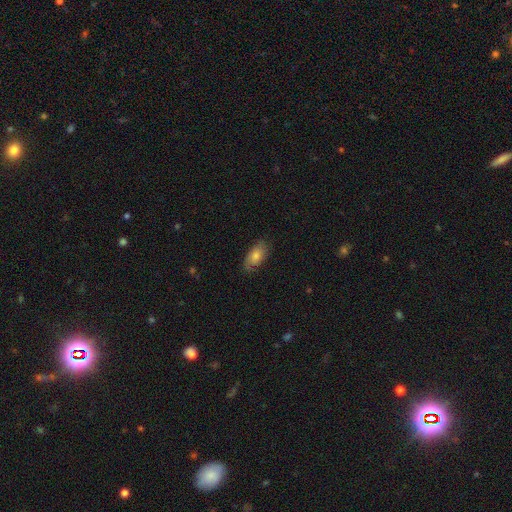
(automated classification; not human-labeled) smooth_or_featured: smooth (p=0.65) [alt: featured or disk p=0.27]
how_rounded: in between (p=0.89) [alt: cigar-shaped p=0.07]
merging: none (p=0.76) [alt: minor disturbance p=0.19]